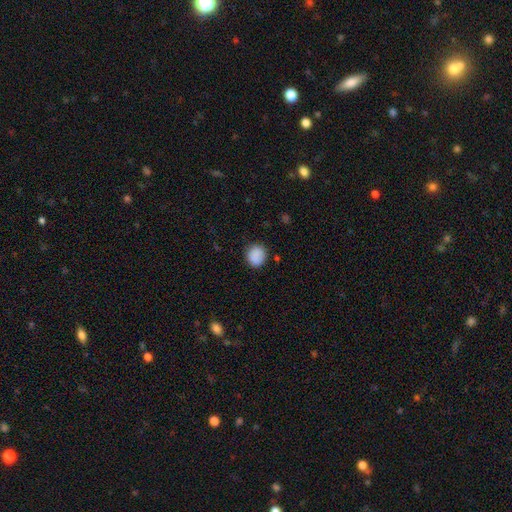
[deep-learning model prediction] This is clearly a smooth galaxy (87%). How rounded: clearly round (85%). Merging: clearly none (85%).